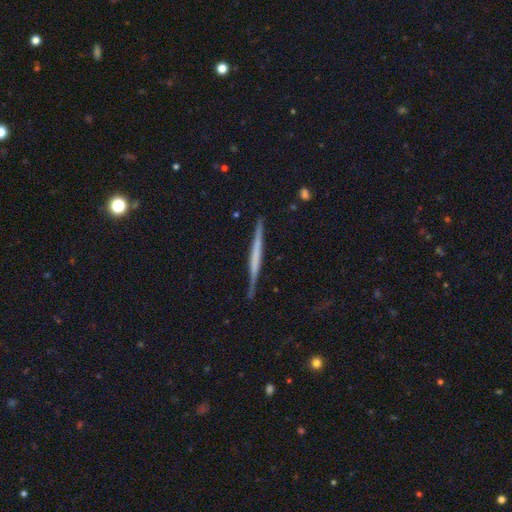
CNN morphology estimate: The model was most divided on "smooth or featured": featured or disk: 60%, smooth: 34%, star or artifact: 6%. More confident: edge-on disk — yes (97%); merging — none (86%); edge-on bulge — none (79%).